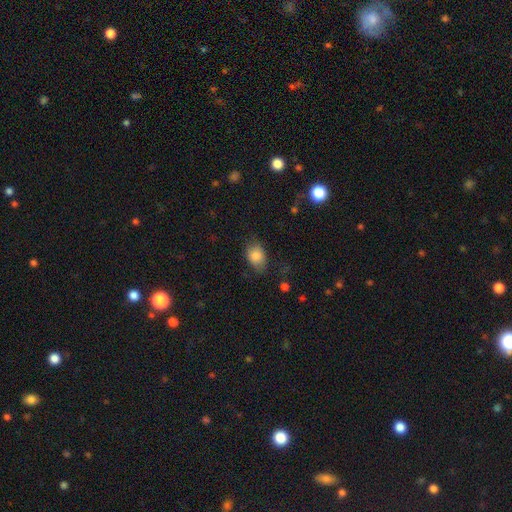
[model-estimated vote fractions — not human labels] smooth-or-featured: smooth: 85% | star or artifact: 8% | featured or disk: 7%
  how-rounded: in between: 76% | round: 23% | cigar-shaped: 1%
  merging: none: 71% | minor disturbance: 21% | major disturbance: 7% | merger: 1%